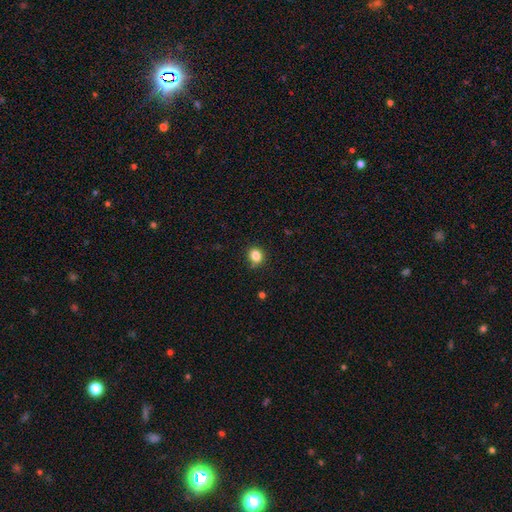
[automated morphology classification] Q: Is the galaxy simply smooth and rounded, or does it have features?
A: smooth — 84%.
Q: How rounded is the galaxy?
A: round — 74%.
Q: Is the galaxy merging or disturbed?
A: none — 85%.